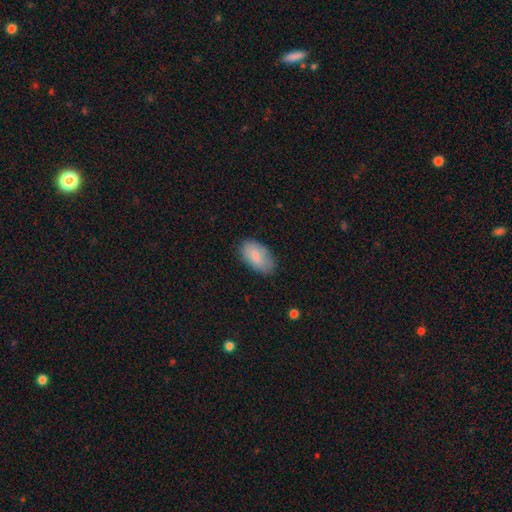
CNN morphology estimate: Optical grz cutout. It shows a smooth galaxy with no disk features (85%) that is in between round and cigar-shaped (95%). Merging: none (75%).